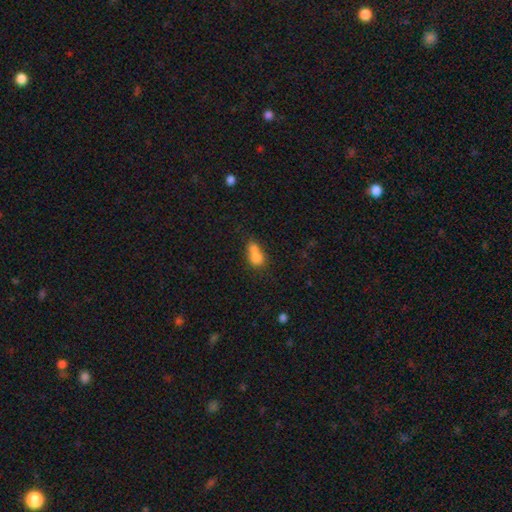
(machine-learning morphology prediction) Overall: smooth (72%). How rounded: round (51%; in between 46%). Merging: merger (64%).